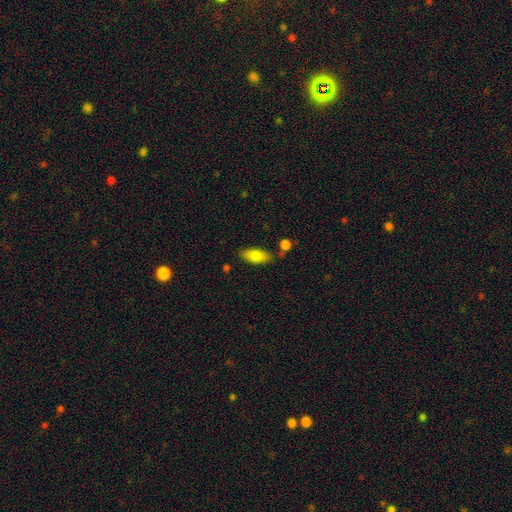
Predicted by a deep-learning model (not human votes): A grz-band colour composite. It shows a smooth galaxy with no disk features (80%) that is in between round and cigar-shaped (84%). Merging: none (75%).